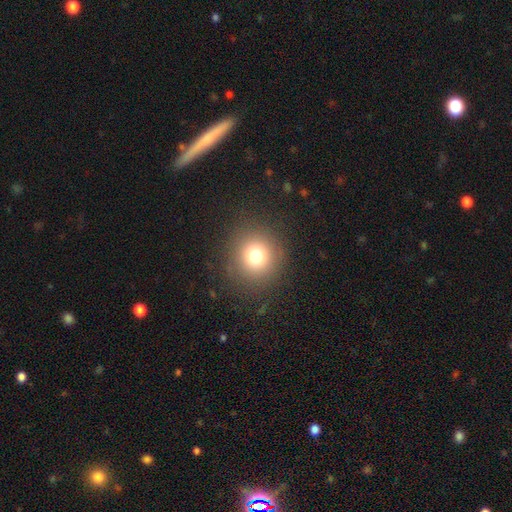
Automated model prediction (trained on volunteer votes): This appears to be a smooth galaxy with no disk features (76%) that is round (92%). Merging: none (88%).